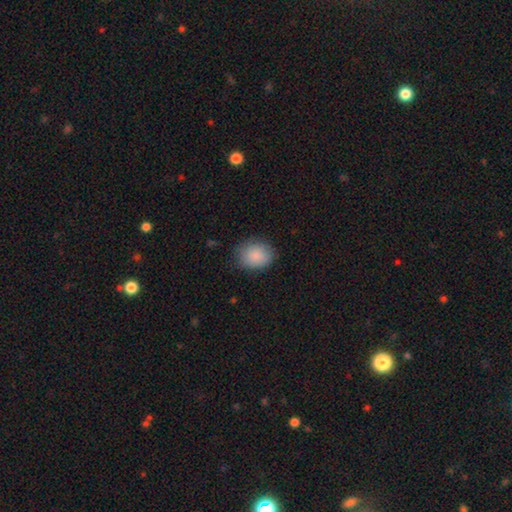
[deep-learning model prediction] A smooth galaxy with no disk features (87%) that is round (57%).

Vote fractions:
- Smooth or featured? smooth: 87% / star or artifact: 8% / featured or disk: 5%
- How rounded? round: 57% / in between: 43% / cigar-shaped: 1%
- Merging? none: 78% / minor disturbance: 17% / major disturbance: 4% / merger: 1%